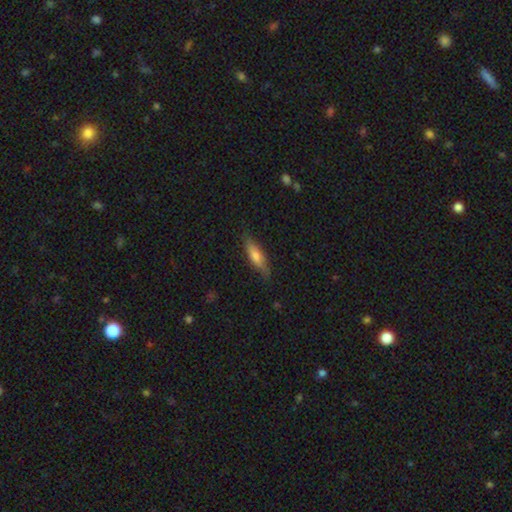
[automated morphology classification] A smooth galaxy with no disk features (59%) that is cigar-shaped (62%).

Vote fractions:
- Smooth or featured? smooth: 59% / featured or disk: 35% / star or artifact: 6%
- How rounded? cigar-shaped: 62% / in between: 36% / round: 2%
- Merging? none: 81% / minor disturbance: 15% / major disturbance: 3% / merger: 1%